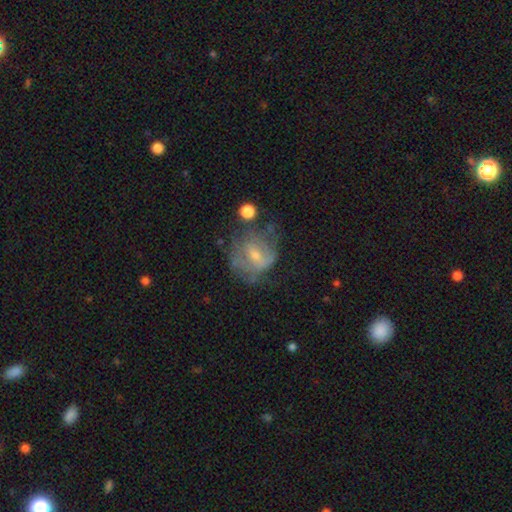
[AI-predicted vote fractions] A featured or disk galaxy (59%) with a weak bar (46%), spiral arms (54%) and a small central bulge (58%).

Vote fractions:
- Smooth or featured? featured or disk: 59% / smooth: 30% / star or artifact: 11%
- Edge-on disk? no: 96% / yes: 4%
- Bar? weak: 46% / no: 39% / strong: 15%
- Spiral arms? yes: 54% / no: 46%
- Bulge size? small: 58% / moderate: 34% / none: 5% / large: 2% / dominant: 1%
- Merging? none: 45% / minor disturbance: 25% / major disturbance: 24% / merger: 5%